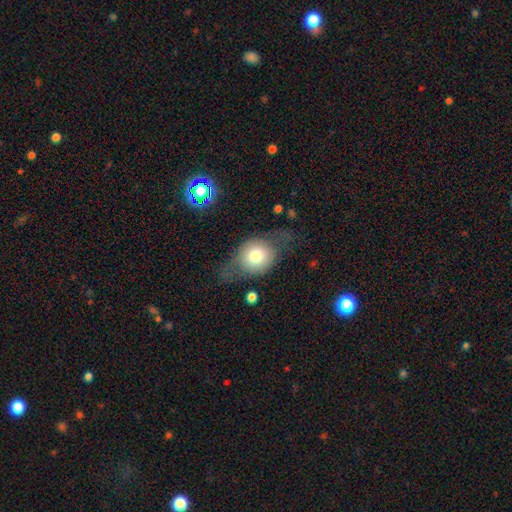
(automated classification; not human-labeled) The model was most divided on "merging": none: 51%, minor disturbance: 24%, major disturbance: 22%, merger: 3%. More confident: how rounded — round (67%); smooth or featured — smooth (64%).